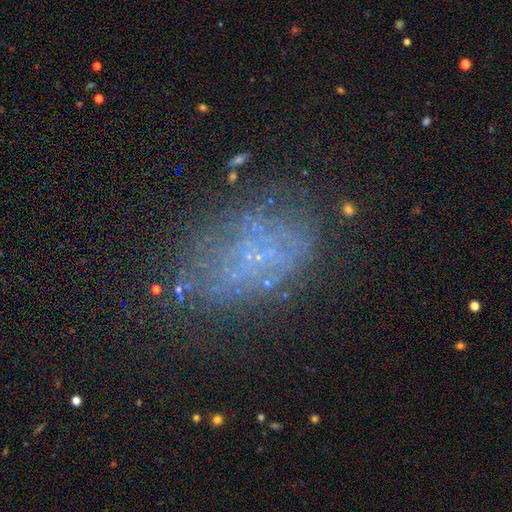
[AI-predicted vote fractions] This appears to be a featured or disk galaxy (45%). Merging: none (59%).